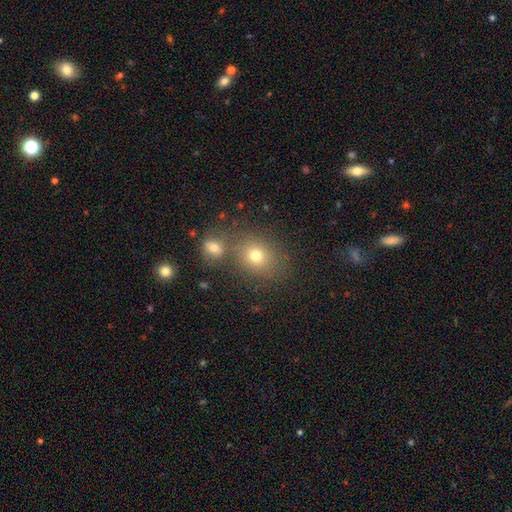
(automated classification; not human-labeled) The model was most divided on "how rounded": round: 59%, in between: 40%, cigar-shaped: 1%. More confident: smooth or featured — smooth (72%); merging — none (63%).